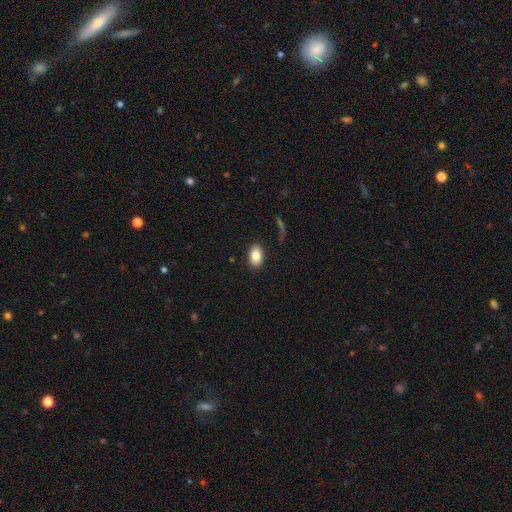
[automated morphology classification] Smooth or featured: smooth — 84% (featured or disk — 8%)
How rounded: in between — 89% (round — 10%)
Merging: none — 87% (minor disturbance — 9%)